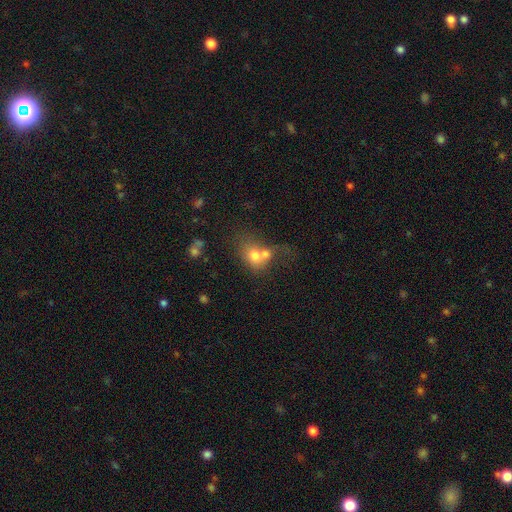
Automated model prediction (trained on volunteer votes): Overall: smooth (68%). How rounded: in between (55%; round 44%). Merging: merger (63%).